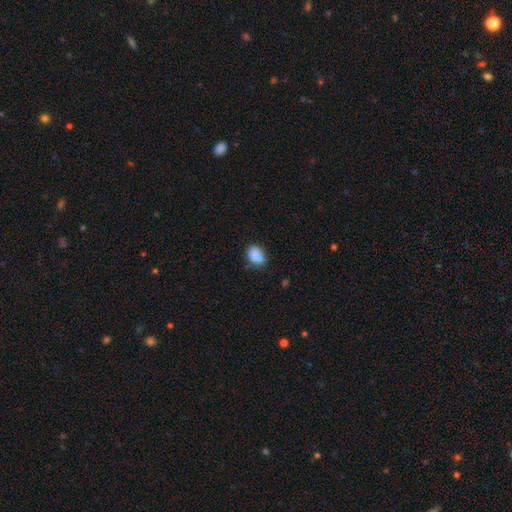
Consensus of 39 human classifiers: Smooth or featured? 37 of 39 (95%) said smooth. How rounded? 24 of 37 (65%) said in between. Merging? 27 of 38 (71%) said none.